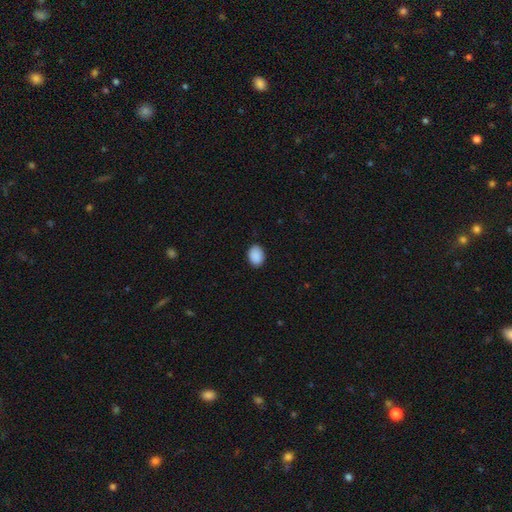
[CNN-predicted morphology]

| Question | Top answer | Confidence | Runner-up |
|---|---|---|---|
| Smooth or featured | smooth | 90% | star or artifact (7%) |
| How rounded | in between | 71% | round (28%) |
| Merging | none | 88% | minor disturbance (9%) |